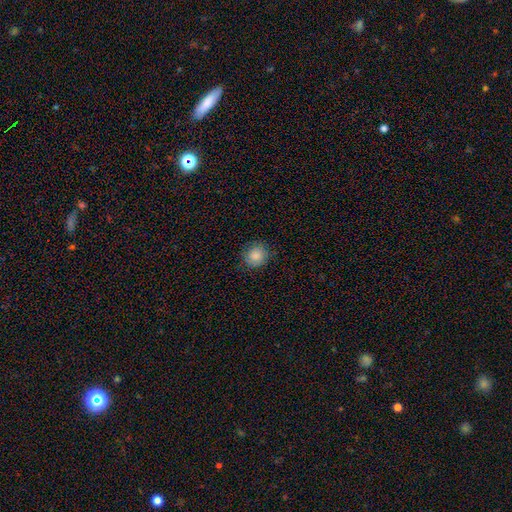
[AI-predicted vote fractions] The model was most divided on "merging": none: 83%, minor disturbance: 13%, major disturbance: 3%, merger: 1%. More confident: how rounded — round (85%); smooth or featured — smooth (84%).